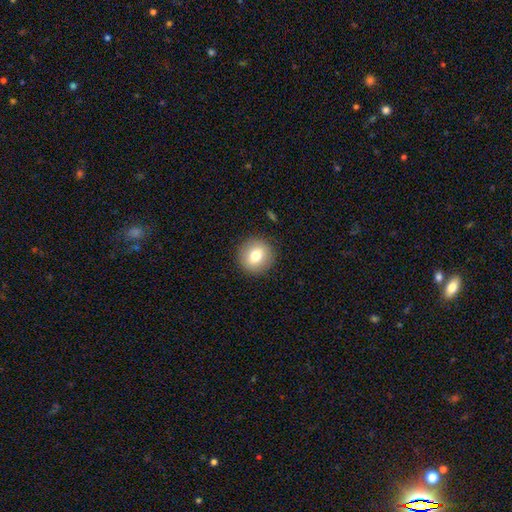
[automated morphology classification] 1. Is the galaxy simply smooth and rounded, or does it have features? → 76% smooth, 15% featured or disk, 9% star or artifact.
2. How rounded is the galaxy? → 90% round, 9% in between, 1% cigar-shaped.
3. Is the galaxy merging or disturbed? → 90% none, 7% minor disturbance, 2% major disturbance, 1% merger.